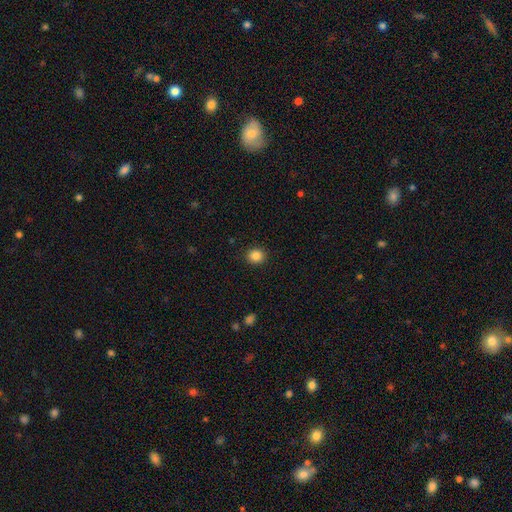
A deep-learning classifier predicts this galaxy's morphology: A smooth galaxy with no disk features (85%) that is round (81%). Merging: none (91%).